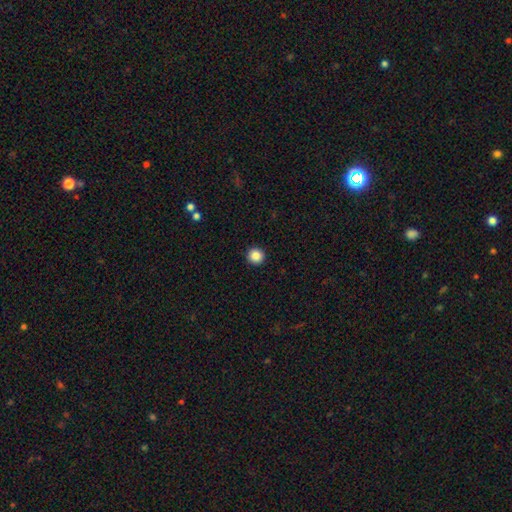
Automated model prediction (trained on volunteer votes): Q: Smooth or featured?
A: smooth (87%); runner-up: star or artifact (10%)
Q: How rounded?
A: round (96%); runner-up: in between (3%)
Q: Merging?
A: none (94%); runner-up: minor disturbance (4%)